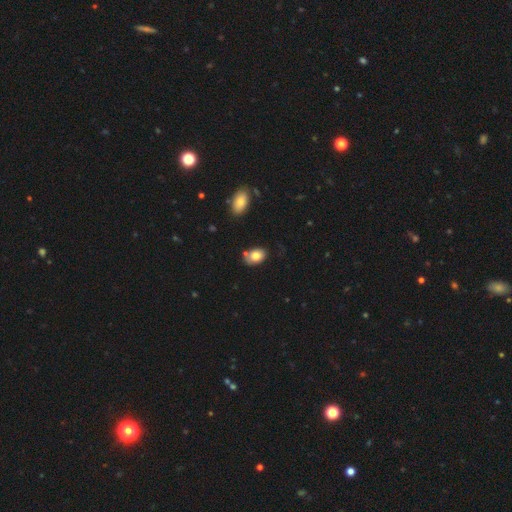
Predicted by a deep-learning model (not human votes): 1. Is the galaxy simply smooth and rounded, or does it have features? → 81% smooth, 11% featured or disk, 8% star or artifact.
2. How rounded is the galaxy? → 81% in between, 18% round, 1% cigar-shaped.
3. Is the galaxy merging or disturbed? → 64% none, 21% minor disturbance, 10% merger, 5% major disturbance.